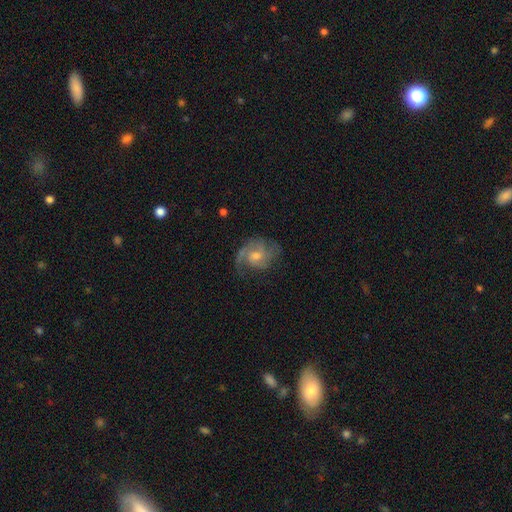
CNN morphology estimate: Overall: featured or disk (78%). Edge-on disk: no (97%). Bar: no (61%; weak 34%). Spiral arms: yes (93%). Spiral arm count: 2 (43%; can't tell 18%). Spiral winding: medium (46%; tight 30%). Bulge size: moderate (51%; small 41%). Merging: none (62%).